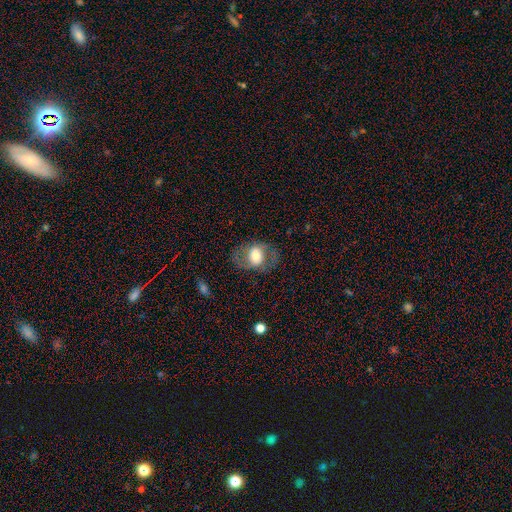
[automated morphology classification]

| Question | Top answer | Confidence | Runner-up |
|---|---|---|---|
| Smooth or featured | featured or disk | 51% | smooth (41%) |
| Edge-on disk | no | 94% | yes (6%) |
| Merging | none | 72% | minor disturbance (15%) |